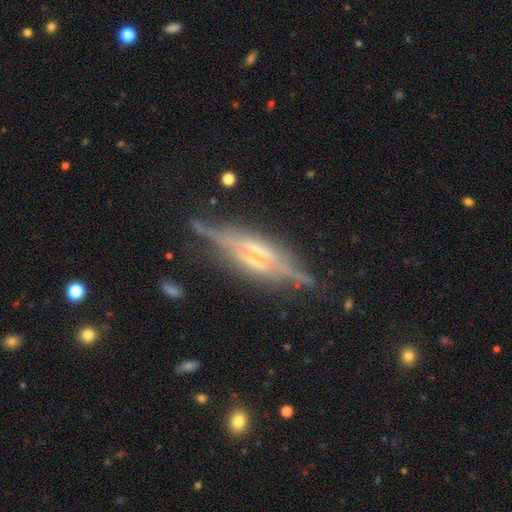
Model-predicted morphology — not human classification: Q: Smooth or featured?
A: featured or disk (86%); runner-up: smooth (8%)
Q: Edge-on disk?
A: yes (95%); runner-up: no (5%)
Q: Edge-on bulge?
A: rounded (54%); runner-up: boxy (33%)
Q: Merging?
A: none (80%); runner-up: minor disturbance (13%)